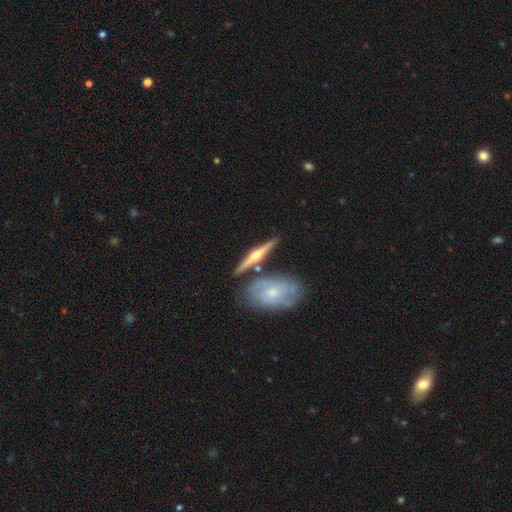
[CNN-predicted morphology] This is likely a featured or disk galaxy (75%). It is clearly viewed edge-on (94%). Edge-on bulge: clearly rounded (92%). Merging: likely none (74%).